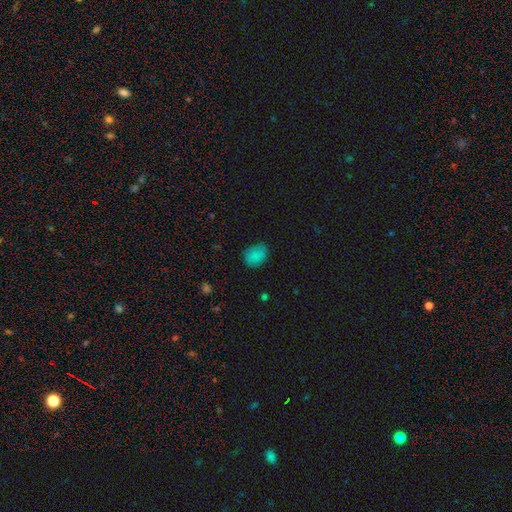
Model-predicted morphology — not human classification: Smooth or featured? Predicted: smooth (p=0.81). How rounded? Predicted: in between (p=0.65). Merging? Predicted: none (p=0.68).